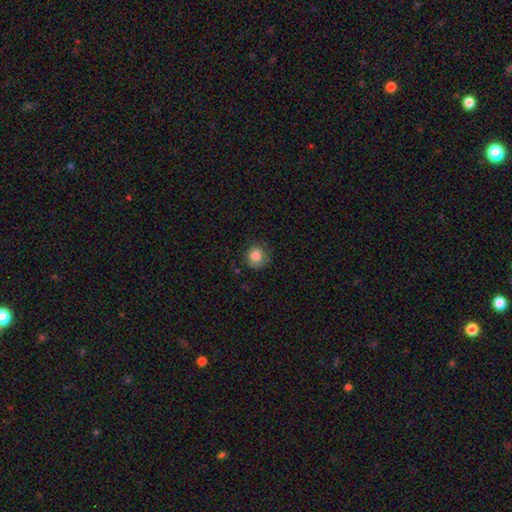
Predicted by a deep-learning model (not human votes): smooth_or_featured: smooth (p=0.86) [alt: star or artifact p=0.09]
how_rounded: round (p=0.87) [alt: in between p=0.12]
merging: none (p=0.75) [alt: minor disturbance p=0.19]